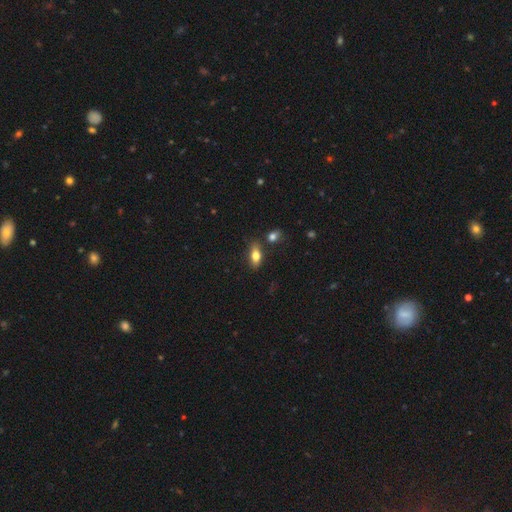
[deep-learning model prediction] Q: Smooth or featured?
A: smooth (76%); runner-up: featured or disk (16%)
Q: How rounded?
A: in between (80%); runner-up: cigar-shaped (14%)
Q: Merging?
A: none (77%); runner-up: minor disturbance (13%)